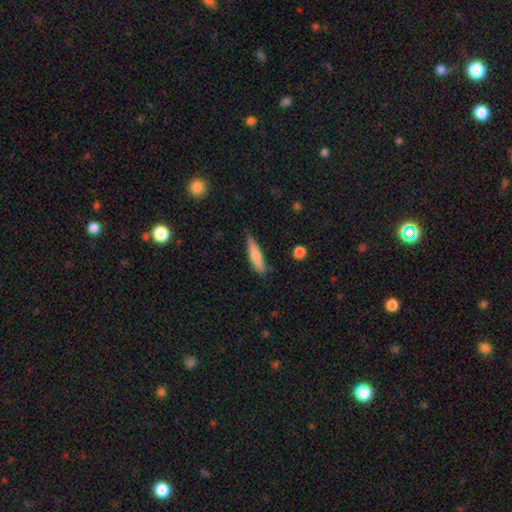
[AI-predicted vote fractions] Overall: smooth (72%). How rounded: cigar-shaped (81%). Merging: none (70%).